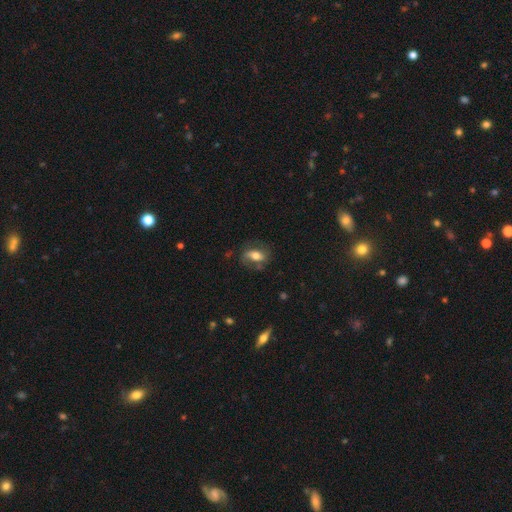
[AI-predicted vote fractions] smooth_or_featured: smooth (p=0.47) [alt: featured or disk p=0.44]
merging: none (p=0.65) [alt: minor disturbance p=0.21]